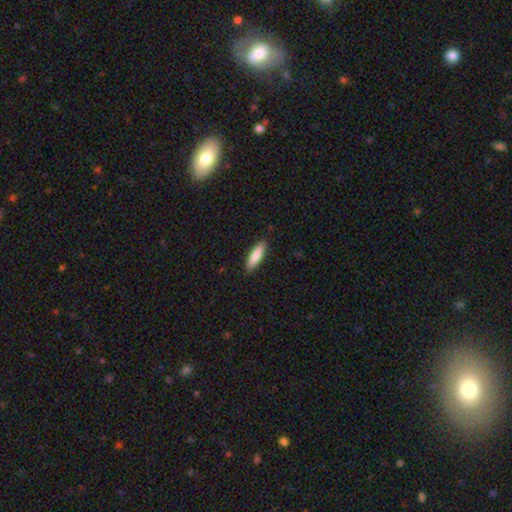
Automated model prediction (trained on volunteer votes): Smooth or featured: smooth — 82% (featured or disk — 12%)
How rounded: cigar-shaped — 59% (in between — 40%)
Merging: none — 89% (minor disturbance — 8%)